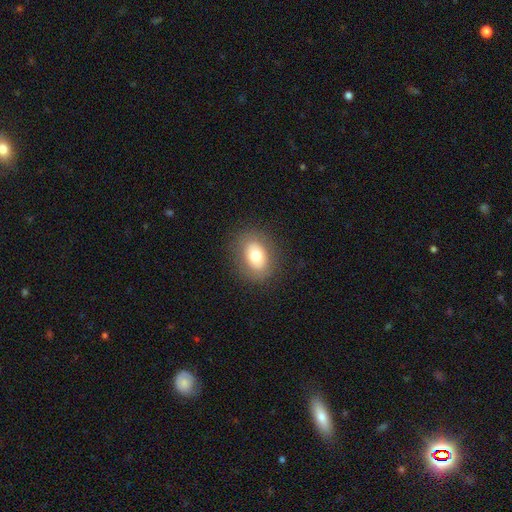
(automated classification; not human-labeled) smooth 70%, featured or disk 21%, star or artifact 9%. Down the decision tree: how rounded — in between (68%); merging — none (85%).